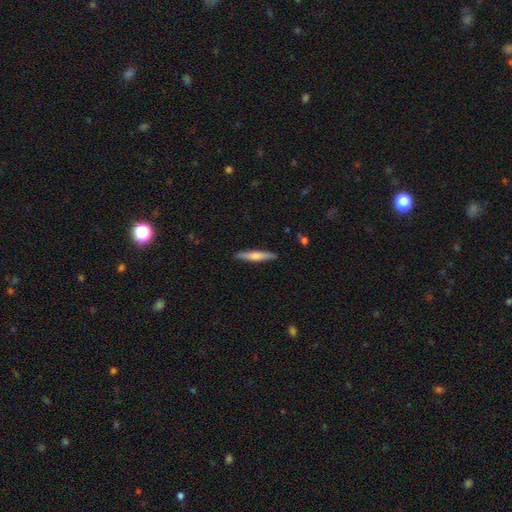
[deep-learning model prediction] smooth-or-featured: smooth: 56% | featured or disk: 38% | star or artifact: 5%
  how-rounded: cigar-shaped: 90% | in between: 8% | round: 1%
  merging: none: 89% | minor disturbance: 8% | major disturbance: 2% | merger: 1%